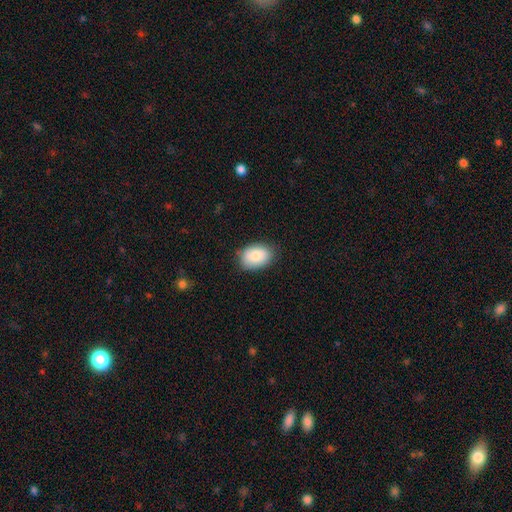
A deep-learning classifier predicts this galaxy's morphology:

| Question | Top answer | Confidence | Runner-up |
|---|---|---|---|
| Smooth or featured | smooth | 85% | featured or disk (9%) |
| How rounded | in between | 83% | round (16%) |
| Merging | none | 81% | minor disturbance (15%) |